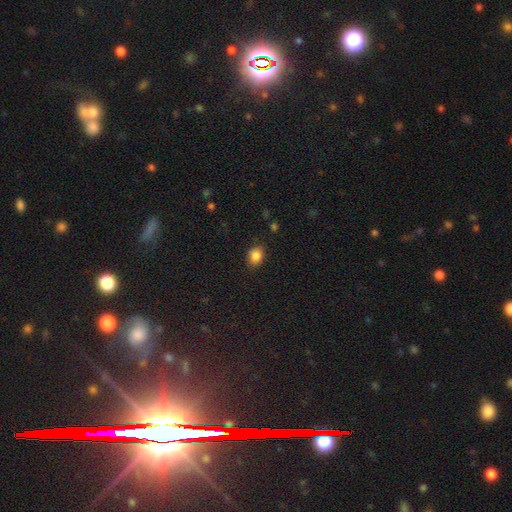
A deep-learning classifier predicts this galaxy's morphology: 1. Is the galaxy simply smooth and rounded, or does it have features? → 86% smooth, 10% star or artifact, 4% featured or disk.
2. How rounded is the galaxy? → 61% round, 38% in between, 1% cigar-shaped.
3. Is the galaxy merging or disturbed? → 85% none, 11% minor disturbance, 3% major disturbance, 1% merger.